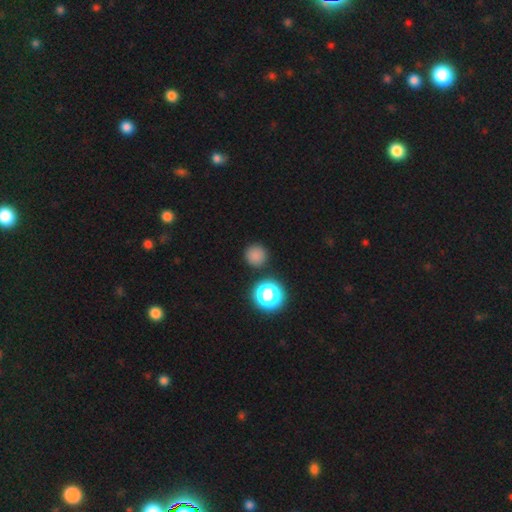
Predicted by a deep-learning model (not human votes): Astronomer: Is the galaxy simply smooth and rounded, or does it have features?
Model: smooth — 79%.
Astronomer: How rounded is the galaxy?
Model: round — 95%.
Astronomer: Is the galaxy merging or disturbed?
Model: none — 87%.